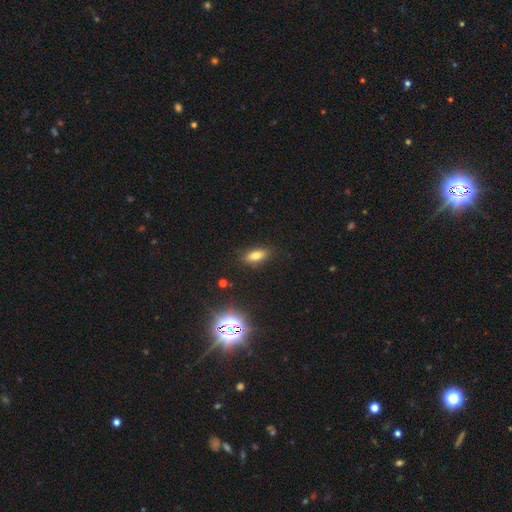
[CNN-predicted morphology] smooth_or_featured: smooth (p=0.74) [alt: featured or disk p=0.13]
how_rounded: in between (p=0.78) [alt: cigar-shaped p=0.18]
merging: none (p=0.84) [alt: minor disturbance p=0.11]